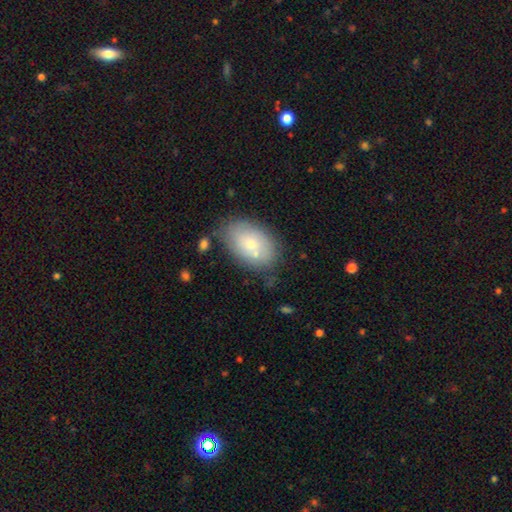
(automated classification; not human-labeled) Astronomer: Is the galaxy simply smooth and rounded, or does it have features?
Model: smooth — 61%.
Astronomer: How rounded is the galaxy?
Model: in between — 89%.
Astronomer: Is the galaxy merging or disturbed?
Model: none — 72%.